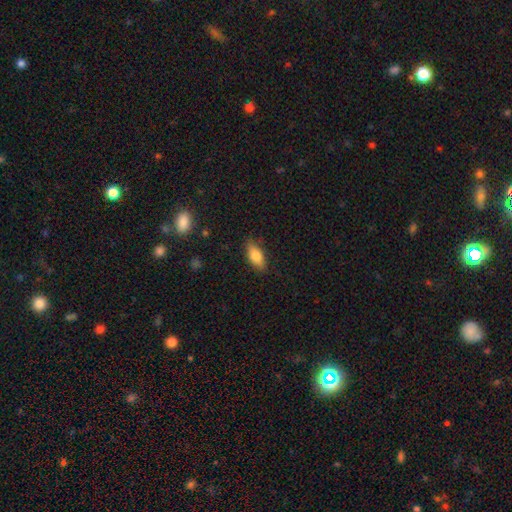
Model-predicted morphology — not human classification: This appears to be a smooth galaxy with no disk features (77%) that is in between round and cigar-shaped (81%). Merging: none (83%).